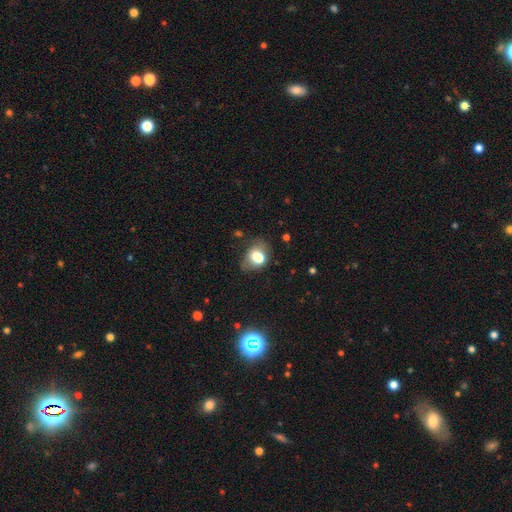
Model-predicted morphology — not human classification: This appears to be a smooth galaxy with no disk features (69%) that is in between round and cigar-shaped (64%). Merging: none (49%).